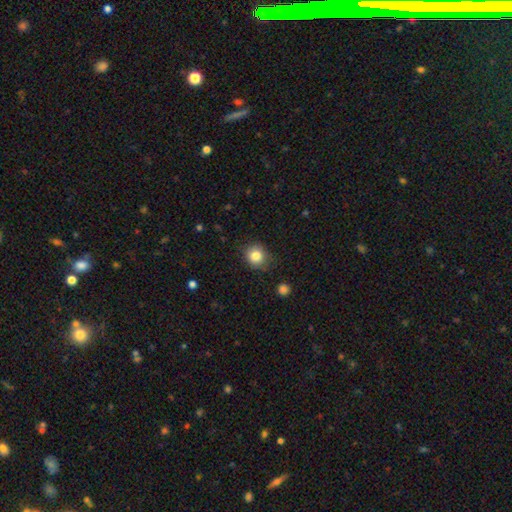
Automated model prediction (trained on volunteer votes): Q: Smooth or featured?
A: smooth (83%); runner-up: star or artifact (10%)
Q: How rounded?
A: round (82%); runner-up: in between (17%)
Q: Merging?
A: none (82%); runner-up: minor disturbance (13%)